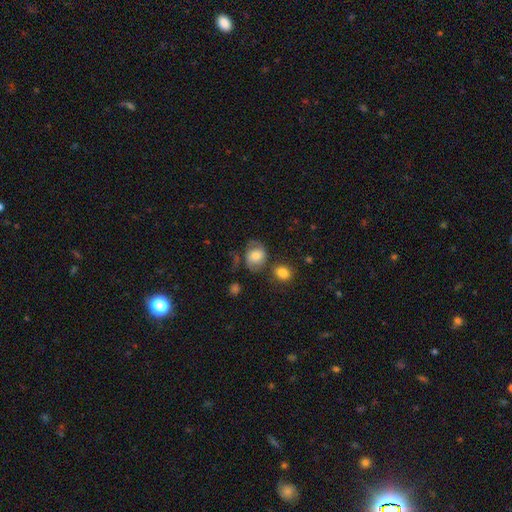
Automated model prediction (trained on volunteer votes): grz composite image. It shows a smooth galaxy with no disk features (63%) that is in between round and cigar-shaped (49%, tied with round). Merging: none (53%).